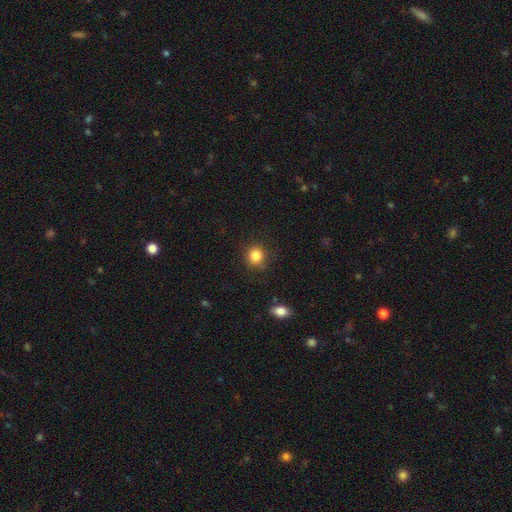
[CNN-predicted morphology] This is clearly a smooth galaxy (84%). How rounded: clearly round (86%). Merging: clearly none (86%).